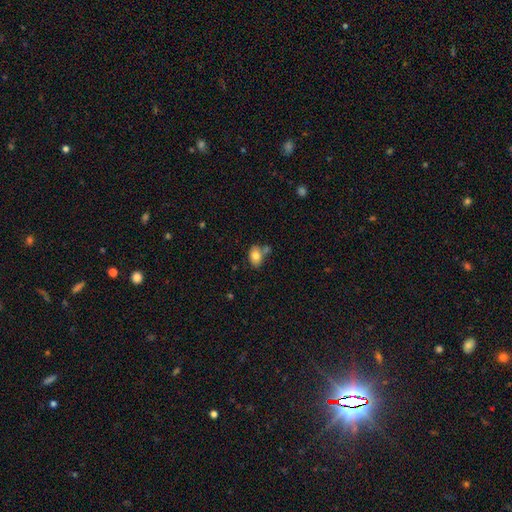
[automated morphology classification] The model was most divided on "merging": none: 56%, merger: 21%, minor disturbance: 18%, major disturbance: 5%. More confident: how rounded — in between (81%); smooth or featured — smooth (80%).